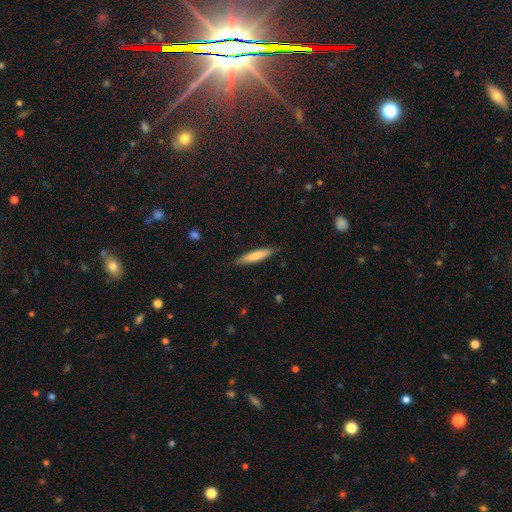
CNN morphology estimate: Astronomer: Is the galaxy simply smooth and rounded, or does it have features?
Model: smooth — 71%.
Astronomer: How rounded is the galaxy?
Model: cigar-shaped — 87%.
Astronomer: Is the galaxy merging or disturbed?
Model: none — 86%.